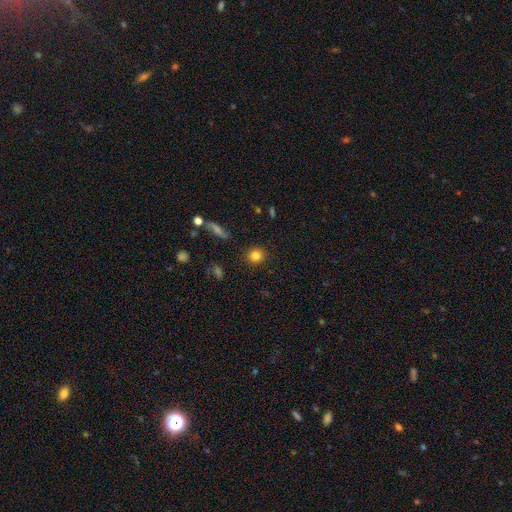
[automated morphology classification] A smooth galaxy with no disk features (83%) that is round (85%). Merging: none (89%).